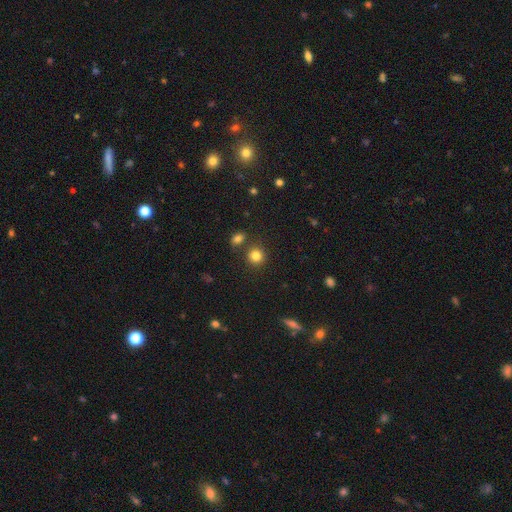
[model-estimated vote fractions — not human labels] Q: Smooth or featured?
A: smooth (82%); runner-up: star or artifact (12%)
Q: How rounded?
A: round (88%); runner-up: in between (11%)
Q: Merging?
A: none (78%); runner-up: merger (11%)